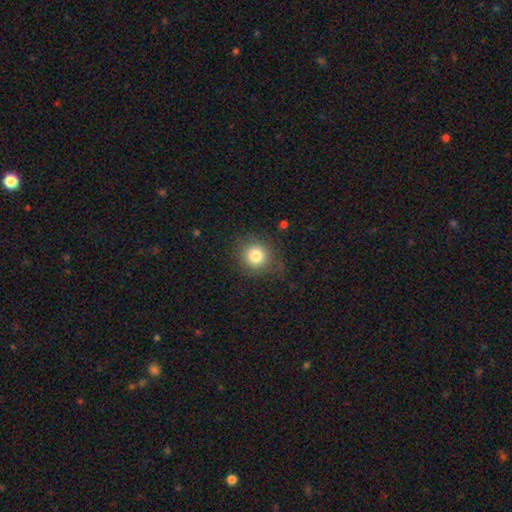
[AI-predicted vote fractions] The model was most divided on "merging": none: 80%, minor disturbance: 14%, major disturbance: 5%, merger: 1%. More confident: how rounded — round (86%); smooth or featured — smooth (81%).